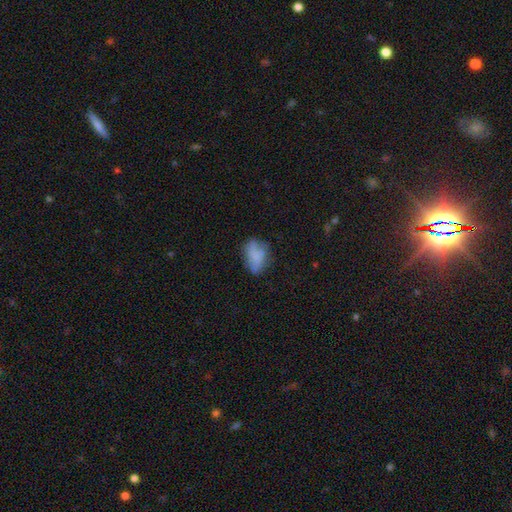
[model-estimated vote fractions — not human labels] Overall: smooth (63%; featured or disk 26%). How rounded: in between (82%). Merging: none (48%; minor disturbance 30%).